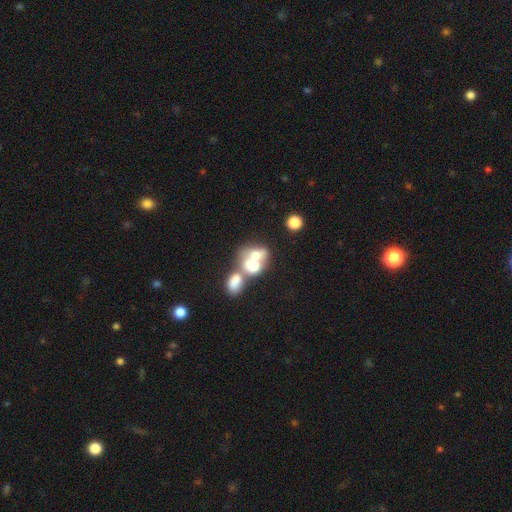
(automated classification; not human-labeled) This appears to be a smooth galaxy with no disk features (62%) that is in between round and cigar-shaped (60%). Merging: merger (72%).